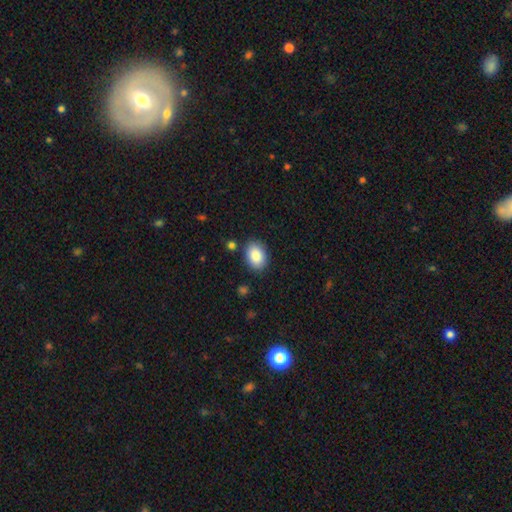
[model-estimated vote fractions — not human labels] Smooth or featured: smooth — 89% (star or artifact — 7%)
How rounded: in between — 81% (round — 18%)
Merging: none — 85% (minor disturbance — 10%)